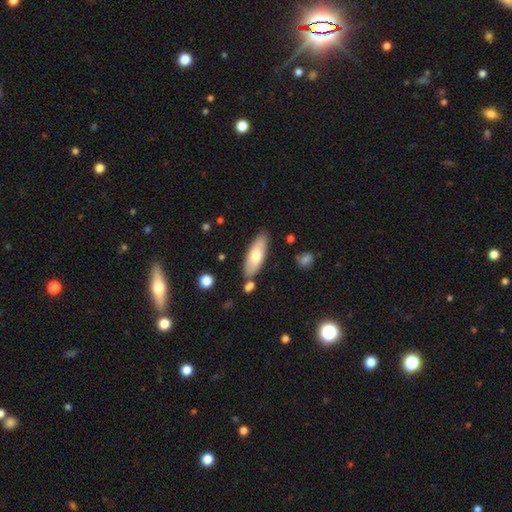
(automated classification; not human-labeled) Smooth or featured?
  - smooth: 68% *
  - featured or disk: 27%
  - star or artifact: 6%
How rounded?
  - in between: 66% *
  - cigar-shaped: 32%
  - round: 2%
Merging?
  - none: 81% *
  - minor disturbance: 12%
  - merger: 5%
  - major disturbance: 2%